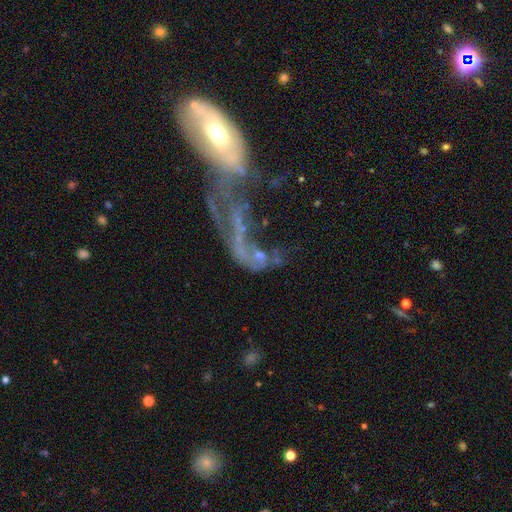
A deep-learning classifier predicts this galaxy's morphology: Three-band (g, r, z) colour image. It shows a featured or disk galaxy (59%) with no bar (78%), no spiral arms (69%) and no central bulge (57%). Merging: merger (55%).